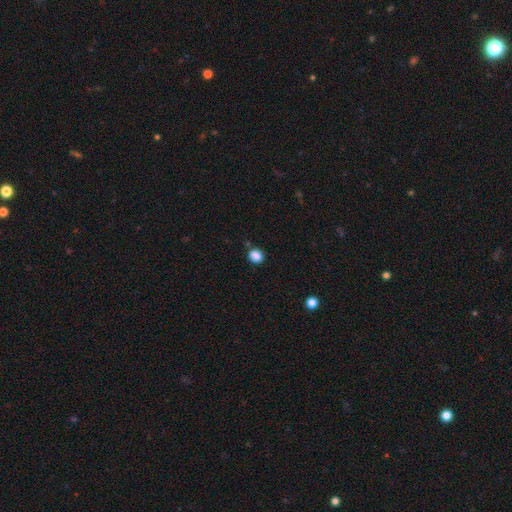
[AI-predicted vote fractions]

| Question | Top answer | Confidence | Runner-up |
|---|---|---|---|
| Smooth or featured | smooth | 86% | star or artifact (10%) |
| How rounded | round | 67% | in between (32%) |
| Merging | none | 80% | minor disturbance (13%) |